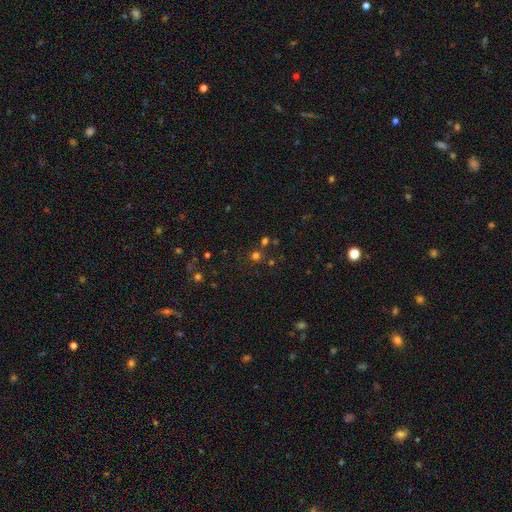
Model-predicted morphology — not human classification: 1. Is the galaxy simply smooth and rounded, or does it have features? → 59% smooth, 35% star or artifact, 7% featured or disk.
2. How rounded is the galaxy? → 91% round, 8% in between, 1% cigar-shaped.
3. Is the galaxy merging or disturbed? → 76% none, 13% merger, 7% minor disturbance, 4% major disturbance.